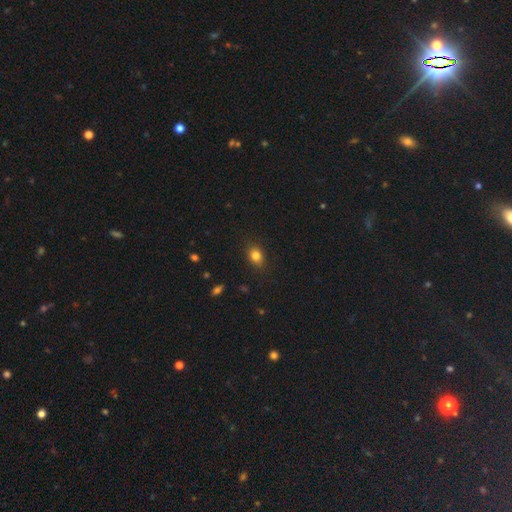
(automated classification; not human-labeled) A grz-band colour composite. It shows a smooth galaxy with no disk features (82%) that is in between round and cigar-shaped (58%). Merging: none (87%).